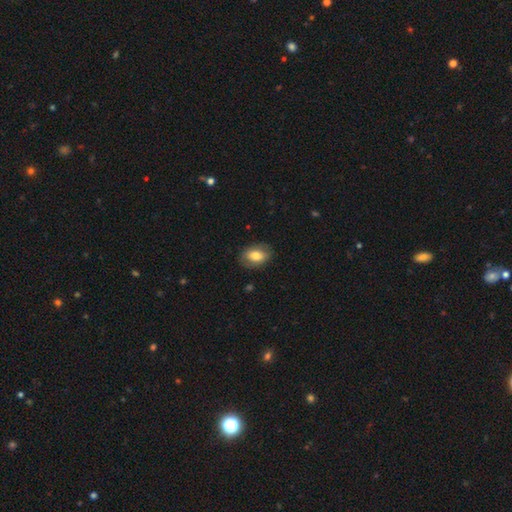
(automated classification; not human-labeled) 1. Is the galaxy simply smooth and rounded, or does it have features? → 74% smooth, 19% featured or disk, 7% star or artifact.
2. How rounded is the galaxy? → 83% in between, 16% round, 2% cigar-shaped.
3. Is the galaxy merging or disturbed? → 81% none, 14% minor disturbance, 4% major disturbance, 1% merger.